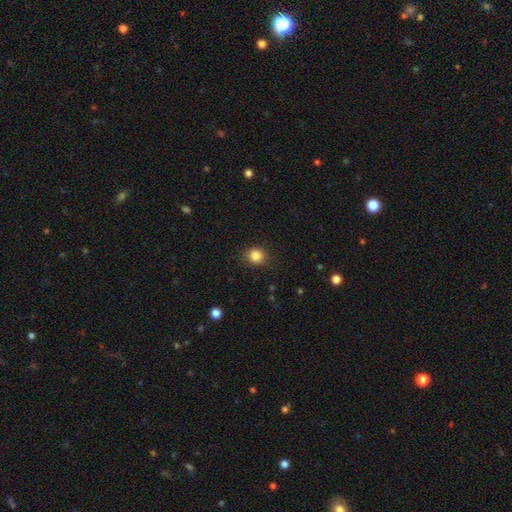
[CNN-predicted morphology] Smooth or featured?
  - smooth: 85% *
  - star or artifact: 11%
  - featured or disk: 4%
How rounded?
  - round: 83% *
  - in between: 16%
  - cigar-shaped: 1%
Merging?
  - none: 86% *
  - minor disturbance: 10%
  - major disturbance: 3%
  - merger: 1%